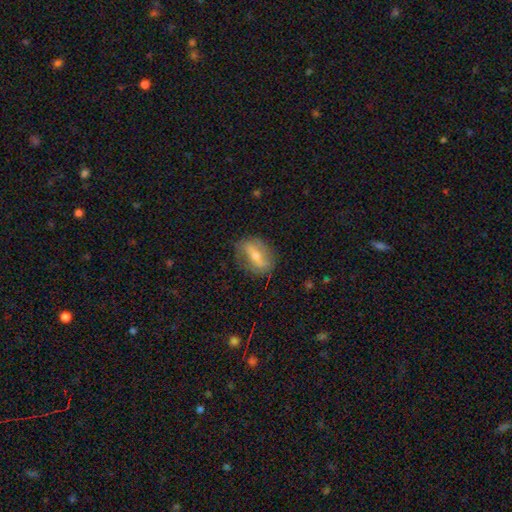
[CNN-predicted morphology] Overall: featured or disk (57%; smooth 34%). Edge-on disk: no (84%). Merging: none (77%).